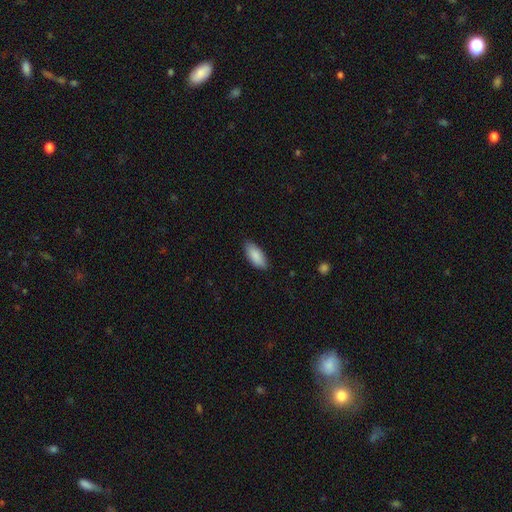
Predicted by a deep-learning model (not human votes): Q: Smooth or featured?
A: smooth (89%); runner-up: star or artifact (6%)
Q: How rounded?
A: in between (87%); runner-up: cigar-shaped (12%)
Q: Merging?
A: none (85%); runner-up: minor disturbance (12%)